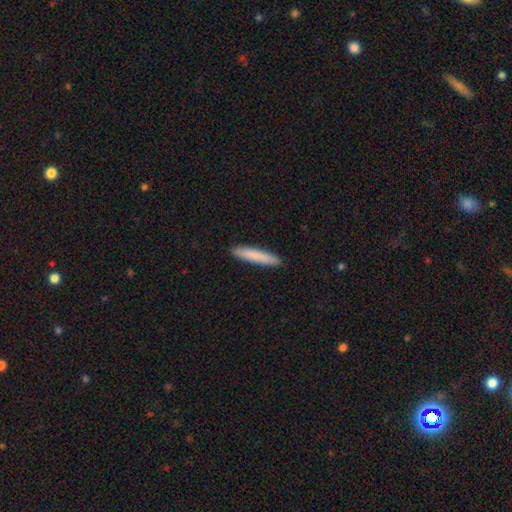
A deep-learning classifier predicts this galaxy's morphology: Overall: smooth (84%). How rounded: cigar-shaped (93%). Merging: none (92%).